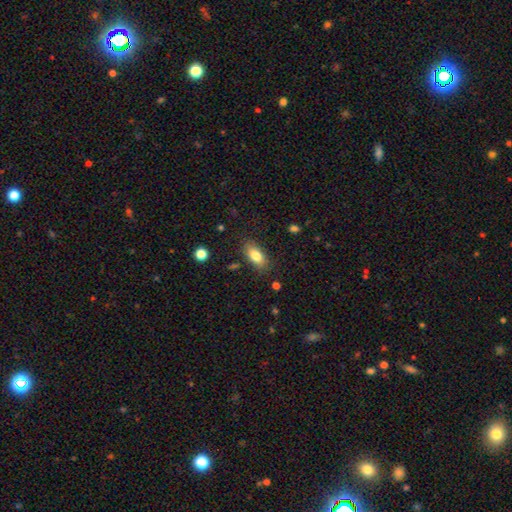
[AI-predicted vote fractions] A smooth galaxy with no disk features (81%) that is in between round and cigar-shaped (87%).

Vote fractions:
- Smooth or featured? smooth: 81% / featured or disk: 11% / star or artifact: 8%
- How rounded? in between: 87% / cigar-shaped: 8% / round: 5%
- Merging? none: 83% / minor disturbance: 12% / major disturbance: 3% / merger: 2%